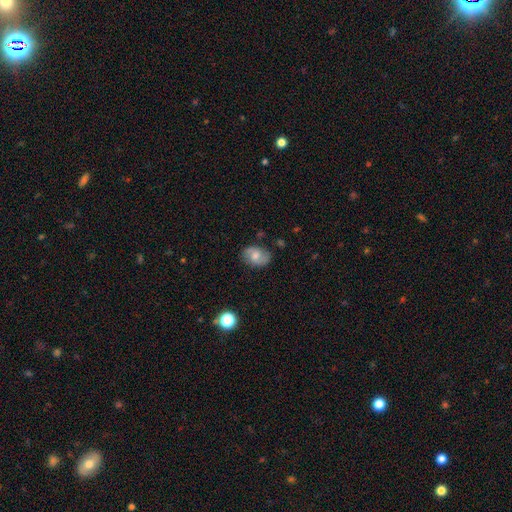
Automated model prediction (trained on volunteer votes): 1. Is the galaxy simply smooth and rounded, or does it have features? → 49% smooth, 42% featured or disk, 9% star or artifact.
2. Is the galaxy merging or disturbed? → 79% none, 15% minor disturbance, 4% major disturbance, 2% merger.